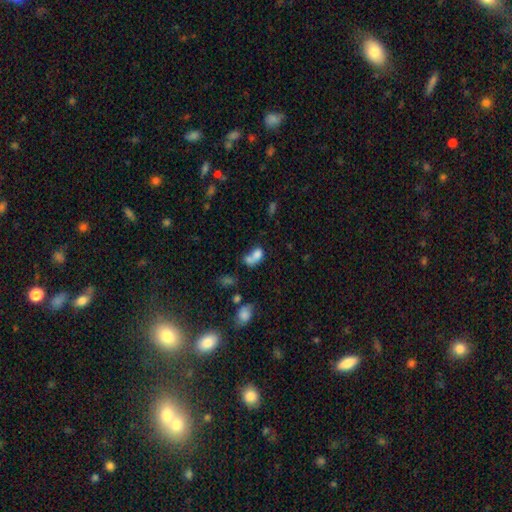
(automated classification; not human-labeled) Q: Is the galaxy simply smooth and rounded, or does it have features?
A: smooth — 72%.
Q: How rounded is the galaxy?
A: in between — 71%.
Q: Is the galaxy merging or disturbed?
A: merger — 59%.